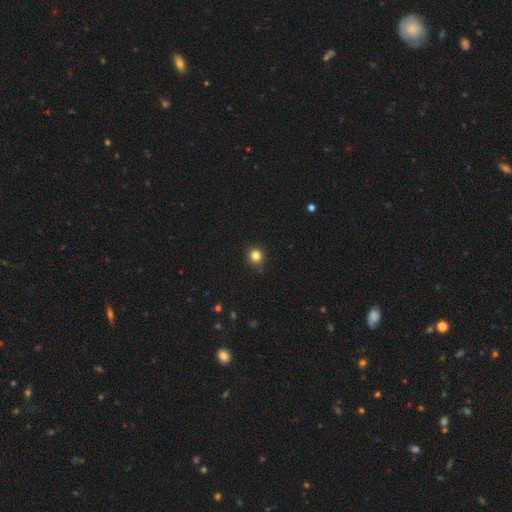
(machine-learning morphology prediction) Smooth or featured?
  - smooth: 83% *
  - star or artifact: 13%
  - featured or disk: 4%
How rounded?
  - round: 89% *
  - in between: 10%
  - cigar-shaped: 1%
Merging?
  - none: 87% *
  - minor disturbance: 10%
  - major disturbance: 2%
  - merger: 1%